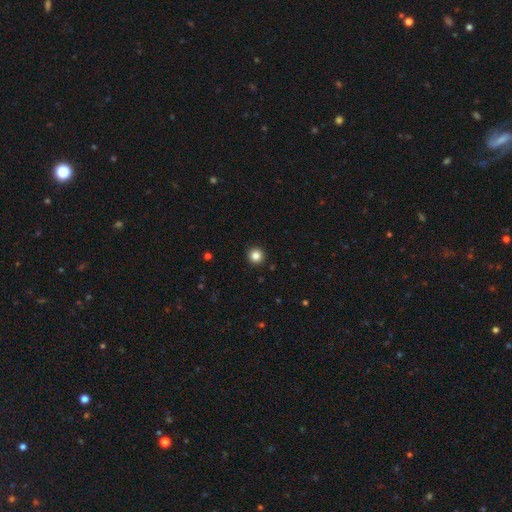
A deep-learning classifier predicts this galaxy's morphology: Overall: smooth (84%). How rounded: round (96%). Merging: none (94%).